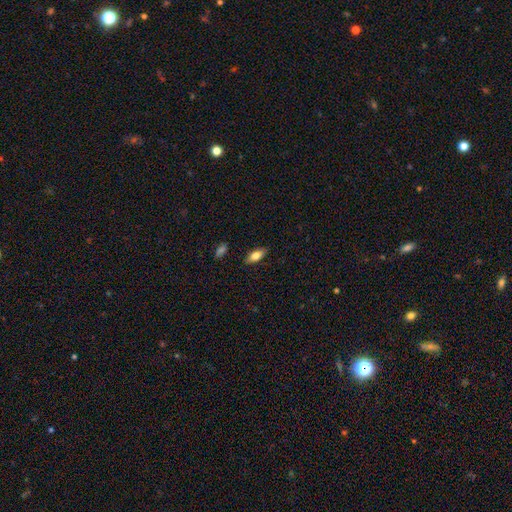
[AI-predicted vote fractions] Overall: smooth (74%). How rounded: in between (80%). Merging: none (87%).